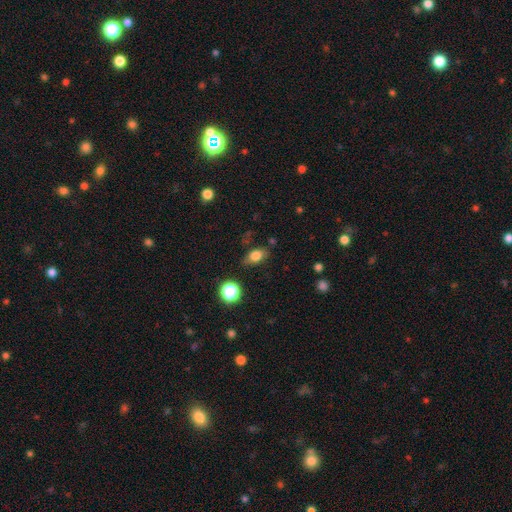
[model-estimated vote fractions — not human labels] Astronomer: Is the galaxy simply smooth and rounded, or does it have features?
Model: smooth — 78%.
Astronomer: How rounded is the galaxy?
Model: in between — 78%.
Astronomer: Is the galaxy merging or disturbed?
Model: none — 77%.